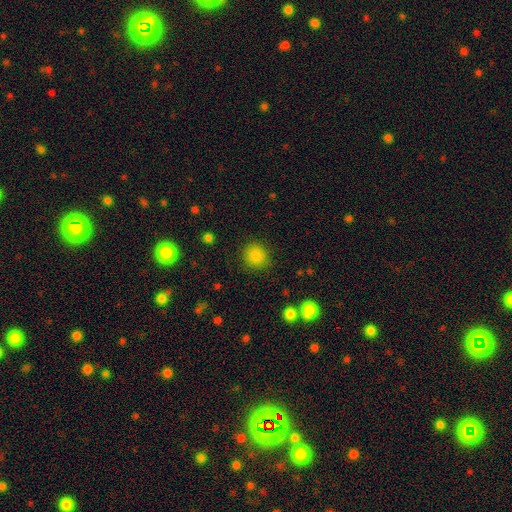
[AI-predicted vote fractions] Smooth or featured? Predicted: smooth (p=0.85). How rounded? Predicted: round (p=0.87). Merging? Predicted: none (p=0.87).